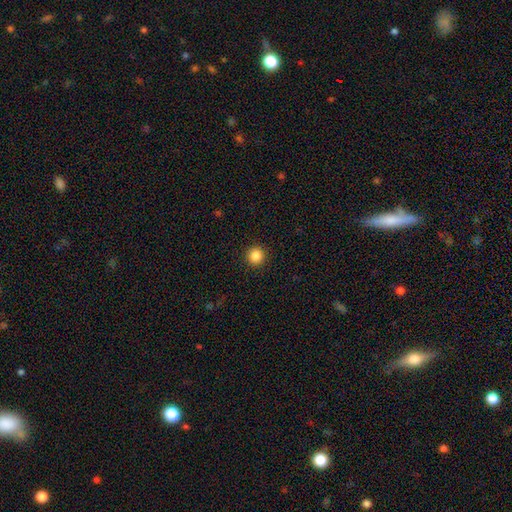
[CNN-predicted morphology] Q: Smooth or featured?
A: smooth (86%); runner-up: star or artifact (11%)
Q: How rounded?
A: round (95%); runner-up: in between (4%)
Q: Merging?
A: none (93%); runner-up: minor disturbance (4%)